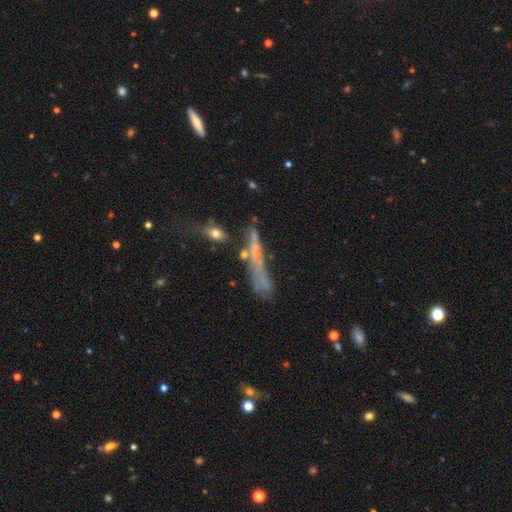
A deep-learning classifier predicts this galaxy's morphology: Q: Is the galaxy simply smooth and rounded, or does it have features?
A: featured or disk — 44%.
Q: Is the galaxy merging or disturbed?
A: none — 43%.